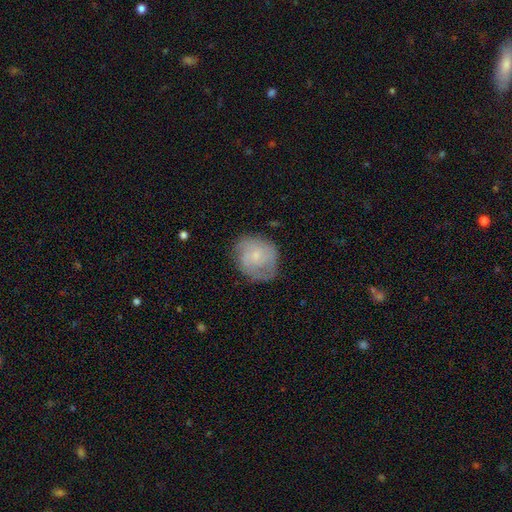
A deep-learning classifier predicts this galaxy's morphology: smooth-or-featured: featured or disk: 53% | smooth: 40% | star or artifact: 7%
  disk-edge-on: no: 98% | yes: 2%
    bar: no: 74% | weak: 23% | strong: 3%
    has-spiral-arms: yes: 81% | no: 19%
    bulge-size: small: 65% | moderate: 23% | none: 9% | large: 2% | dominant: 1%
  merging: none: 66% | minor disturbance: 23% | major disturbance: 9% | merger: 1%